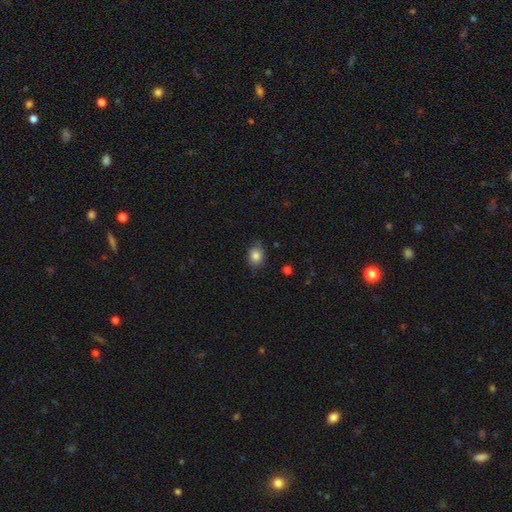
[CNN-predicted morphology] A smooth galaxy with no disk features (82%) that is in between round and cigar-shaped (57%). Merging: none (73%).